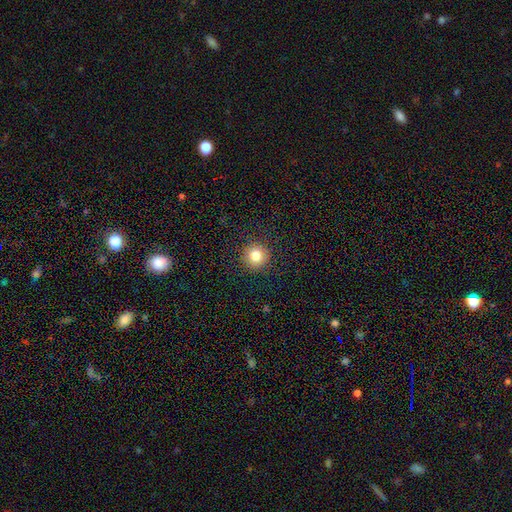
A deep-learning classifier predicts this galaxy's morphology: type=smooth (82%); roundness=round (95%); merging=none (91%).